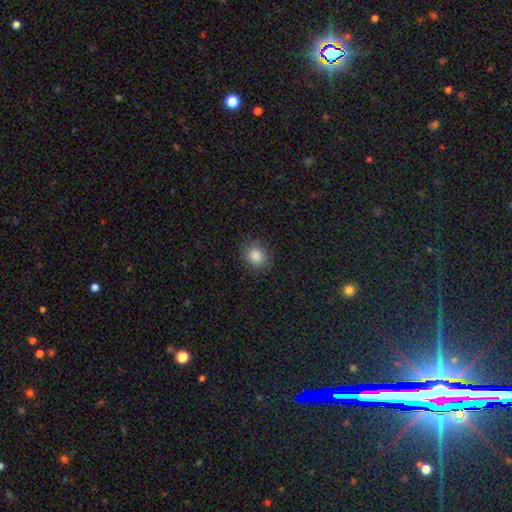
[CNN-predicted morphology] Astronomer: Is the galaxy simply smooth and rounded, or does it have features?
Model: smooth — 85%.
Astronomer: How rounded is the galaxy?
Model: round — 67%.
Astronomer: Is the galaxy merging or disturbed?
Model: none — 84%.